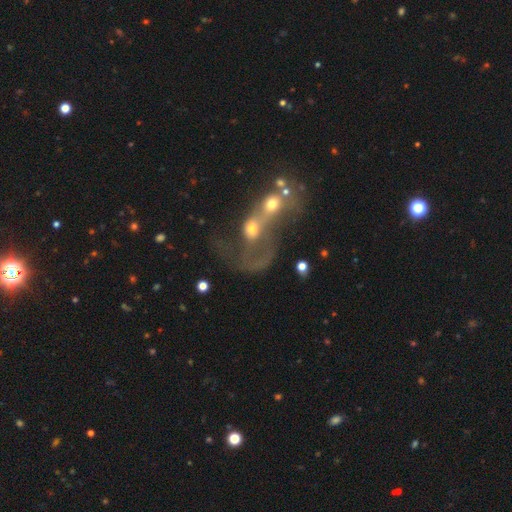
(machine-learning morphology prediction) Overall: featured or disk (53%; smooth 31%). Edge-on disk: no (95%). Bar: no (79%). Spiral arms: no (56%; yes 44%). Bulge size: moderate (50%; small 25%). Merging: merger (82%).